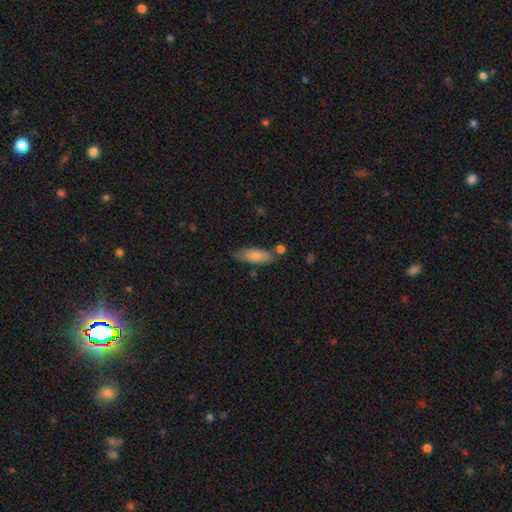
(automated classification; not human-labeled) Smooth or featured?
  - smooth: 80% *
  - featured or disk: 14%
  - star or artifact: 6%
How rounded?
  - in between: 62% *
  - cigar-shaped: 36%
  - round: 2%
Merging?
  - none: 68% *
  - minor disturbance: 20%
  - merger: 8%
  - major disturbance: 4%